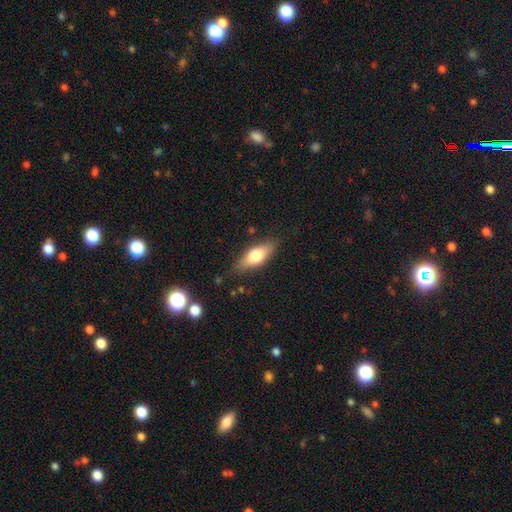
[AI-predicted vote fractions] smooth 67%, featured or disk 26%, star or artifact 7%. Down the decision tree: how rounded — in between (70%); merging — none (82%).